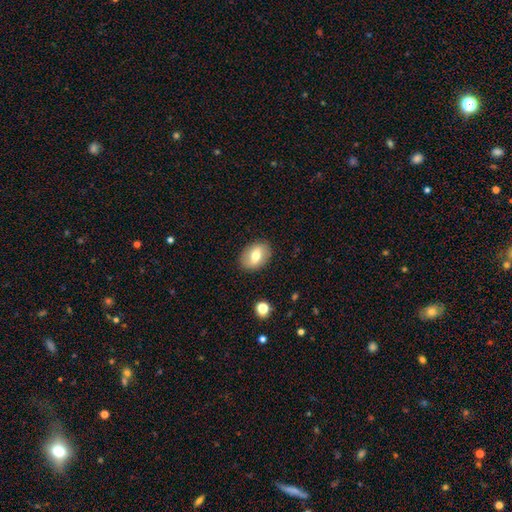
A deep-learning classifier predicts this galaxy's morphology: The model was most divided on "smooth or featured": smooth: 64%, featured or disk: 28%, star or artifact: 8%. More confident: merging — none (87%); how rounded — in between (77%).